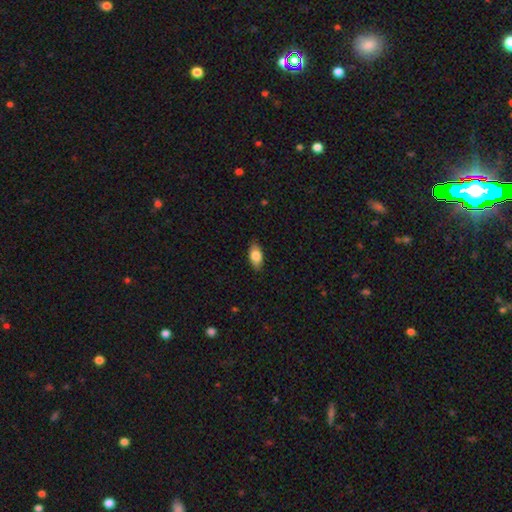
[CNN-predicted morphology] type=smooth (81%); roundness=in between (90%); merging=none (86%).